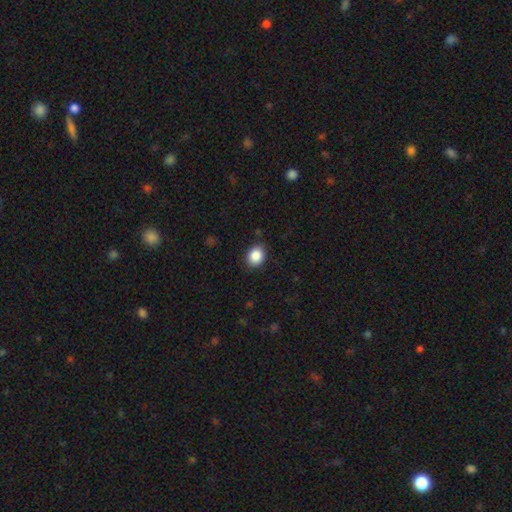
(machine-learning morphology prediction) Smooth or featured: smooth — 87% (star or artifact — 9%)
How rounded: round — 64% (in between — 35%)
Merging: none — 87% (minor disturbance — 10%)